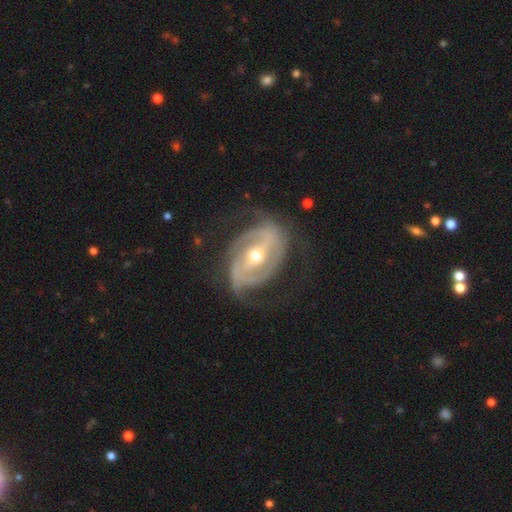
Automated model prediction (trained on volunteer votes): smooth-or-featured: featured or disk: 89% | smooth: 6% | star or artifact: 5%
  disk-edge-on: no: 96% | yes: 4%
    bar: strong: 49% | weak: 33% | no: 17%
    has-spiral-arms: yes: 93% | no: 7%
      spiral-winding: tight: 44% | medium: 40% | loose: 16%
      spiral-arm-count: 2: 65% | 3: 13% | can't tell: 12% | 1: 4% | 4: 3% | more than 4: 3%
    bulge-size: moderate: 67% | small: 28% | large: 3% | none: 1% | dominant: 1%
  merging: none: 67% | minor disturbance: 19% | major disturbance: 12% | merger: 1%